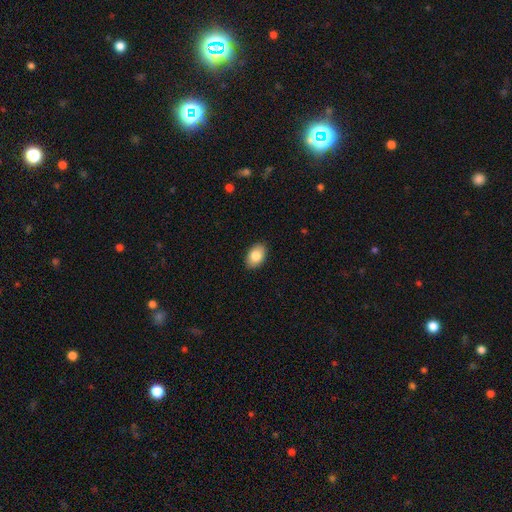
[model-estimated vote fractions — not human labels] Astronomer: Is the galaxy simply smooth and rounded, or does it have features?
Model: smooth — 84%.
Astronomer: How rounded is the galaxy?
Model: in between — 88%.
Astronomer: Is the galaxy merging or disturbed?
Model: none — 90%.